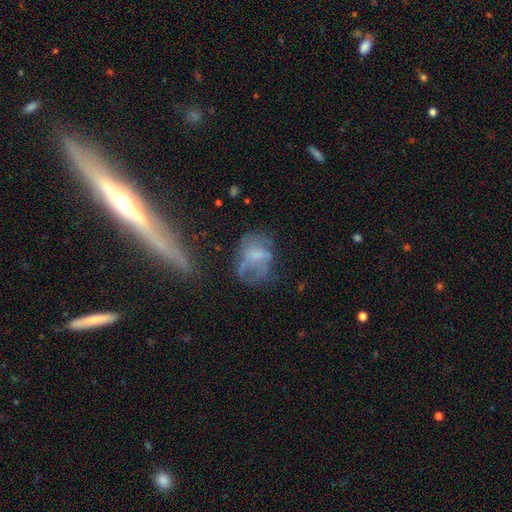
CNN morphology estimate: type=featured or disk (47%); merging=none (36%).